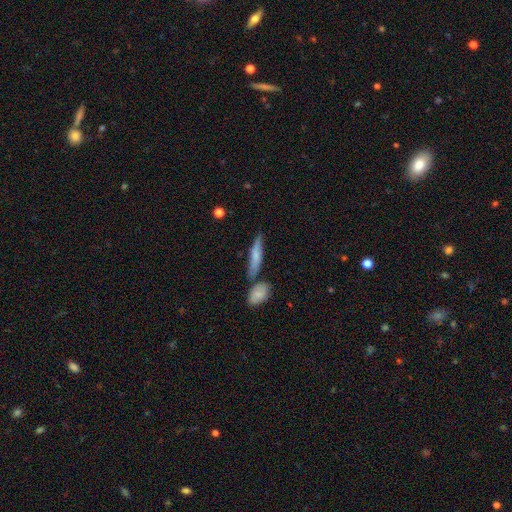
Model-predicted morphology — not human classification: Overall: smooth (64%; featured or disk 30%). How rounded: cigar-shaped (78%). Merging: none (63%).